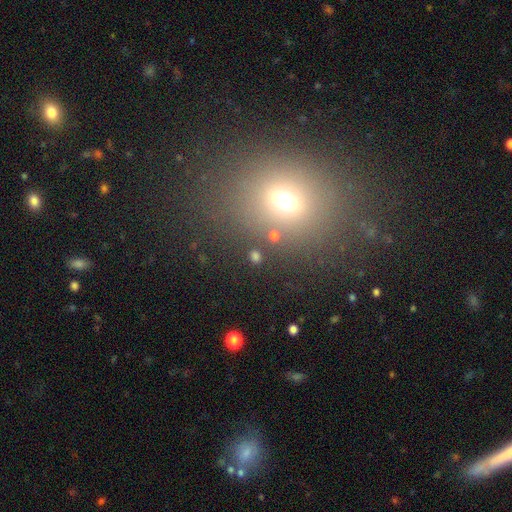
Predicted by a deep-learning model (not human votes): Smooth or featured?
  - smooth: 59% *
  - star or artifact: 30%
  - featured or disk: 11%
How rounded?
  - round: 57% *
  - in between: 41%
  - cigar-shaped: 3%
Merging?
  - none: 77% *
  - minor disturbance: 10%
  - merger: 7%
  - major disturbance: 6%